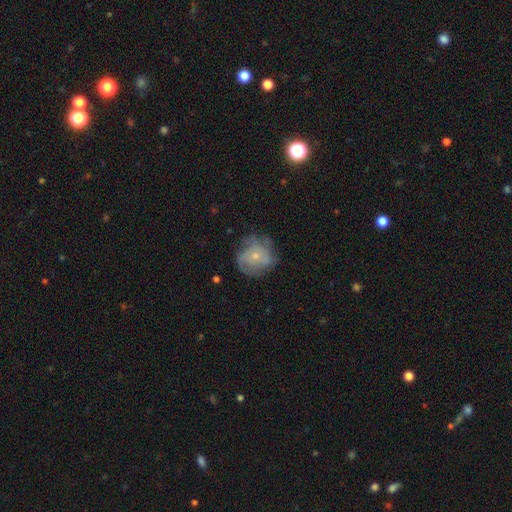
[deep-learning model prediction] A featured or disk galaxy (55%) with no bar (81%), spiral arms (72%) and a small central bulge (65%).

Vote fractions:
- Smooth or featured? featured or disk: 55% / smooth: 36% / star or artifact: 9%
- Edge-on disk? no: 97% / yes: 3%
- Bar? no: 81% / weak: 16% / strong: 2%
- Spiral arms? yes: 72% / no: 28%
- Bulge size? small: 65% / moderate: 29% / none: 3% / large: 1% / dominant: 1%
- Merging? none: 62% / minor disturbance: 24% / major disturbance: 13% / merger: 2%